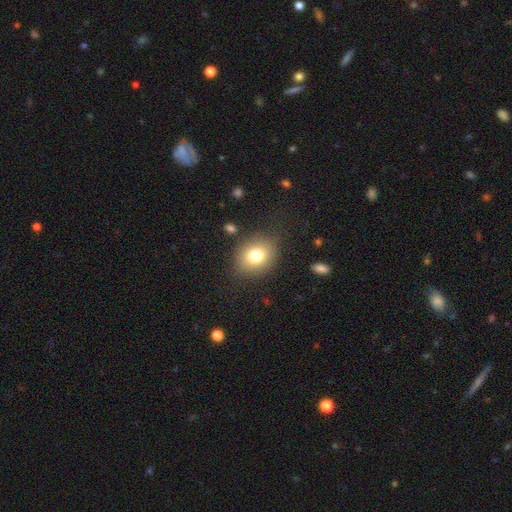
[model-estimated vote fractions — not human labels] Smooth or featured: smooth — 76% (featured or disk — 12%)
How rounded: round — 56% (in between — 43%)
Merging: none — 83% (minor disturbance — 11%)